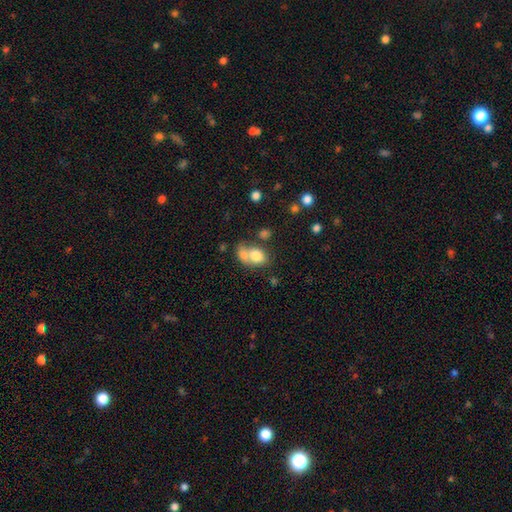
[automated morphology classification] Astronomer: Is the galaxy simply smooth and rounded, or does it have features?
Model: smooth — 76%.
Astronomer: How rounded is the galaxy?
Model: in between — 64%.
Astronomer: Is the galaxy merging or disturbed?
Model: merger — 57%.